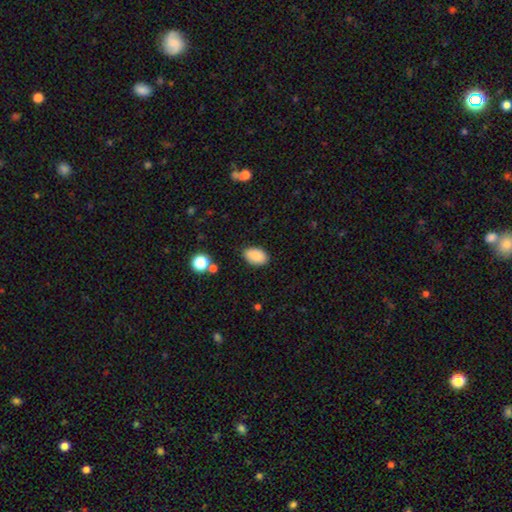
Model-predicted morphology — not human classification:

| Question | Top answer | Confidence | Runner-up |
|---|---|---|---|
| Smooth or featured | smooth | 88% | star or artifact (8%) |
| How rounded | in between | 91% | round (8%) |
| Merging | none | 85% | minor disturbance (11%) |